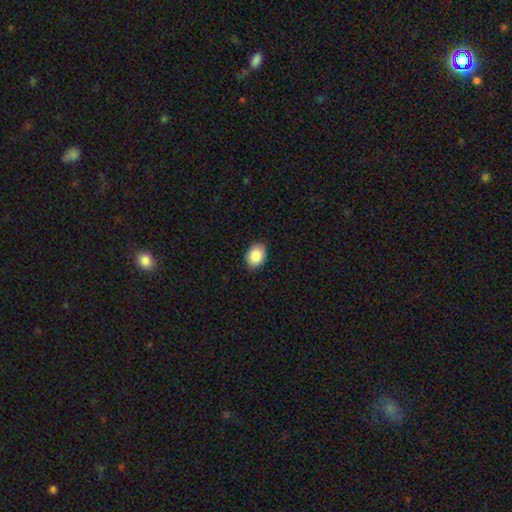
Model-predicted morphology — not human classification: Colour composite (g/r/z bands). It shows a smooth galaxy with no disk features (89%) that is in between round and cigar-shaped (71%). Merging: none (87%).